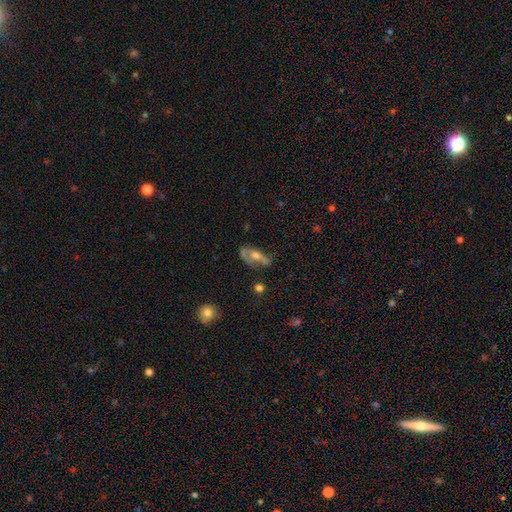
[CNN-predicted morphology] Q: Smooth or featured?
A: featured or disk (55%); runner-up: smooth (35%)
Q: Edge-on disk?
A: no (73%); runner-up: yes (27%)
Q: Merging?
A: none (50%); runner-up: minor disturbance (26%)